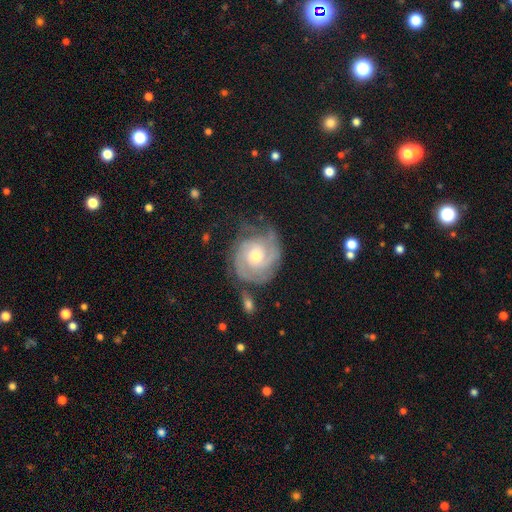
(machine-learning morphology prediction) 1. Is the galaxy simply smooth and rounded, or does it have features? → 83% featured or disk, 11% smooth, 6% star or artifact.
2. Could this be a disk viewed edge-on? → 98% no, 2% yes.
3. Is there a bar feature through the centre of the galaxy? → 74% no, 22% weak, 4% strong.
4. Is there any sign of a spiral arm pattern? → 95% yes, 5% no.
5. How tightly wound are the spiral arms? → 66% tight, 28% medium, 7% loose.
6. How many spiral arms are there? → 30% 2, 28% 3, 25% can't tell, 7% 4, 5% 1, 5% more than 4.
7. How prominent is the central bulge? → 58% moderate, 38% small, 3% large, 1% none, 1% dominant.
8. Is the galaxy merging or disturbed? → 64% none, 22% minor disturbance, 10% major disturbance, 4% merger.